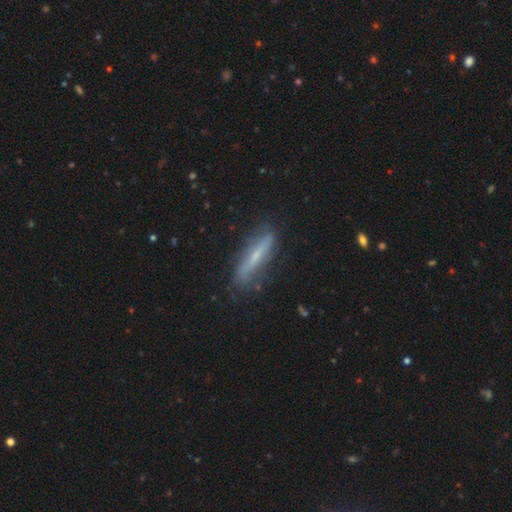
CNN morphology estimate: Smooth or featured: featured or disk — 56% (smooth — 36%)
Edge-on disk: yes — 74% (no — 26%)
Merging: none — 75% (minor disturbance — 18%)